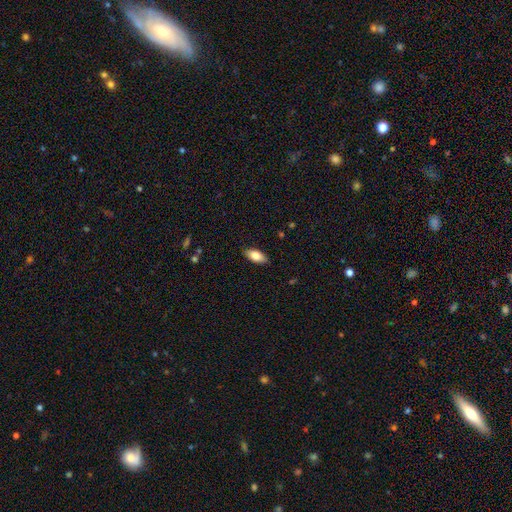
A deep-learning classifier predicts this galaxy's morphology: This appears to be a smooth galaxy with no disk features (81%) that is in between round and cigar-shaped (89%). Merging: none (88%).